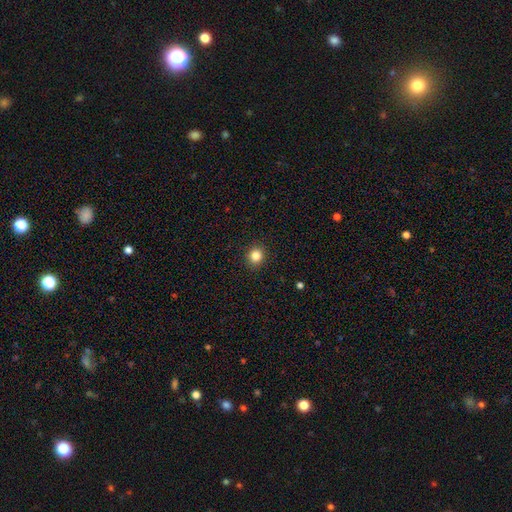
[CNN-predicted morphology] smooth_or_featured: smooth (p=0.84) [alt: star or artifact p=0.12]
how_rounded: round (p=0.85) [alt: in between p=0.15]
merging: none (p=0.91) [alt: minor disturbance p=0.06]